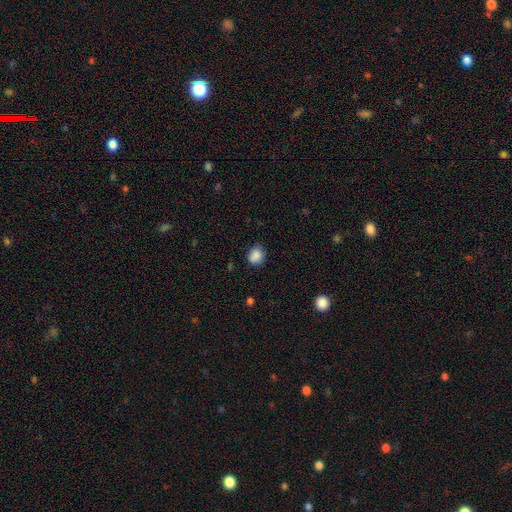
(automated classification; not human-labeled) Overall: smooth (86%). How rounded: round (71%). Merging: none (73%).